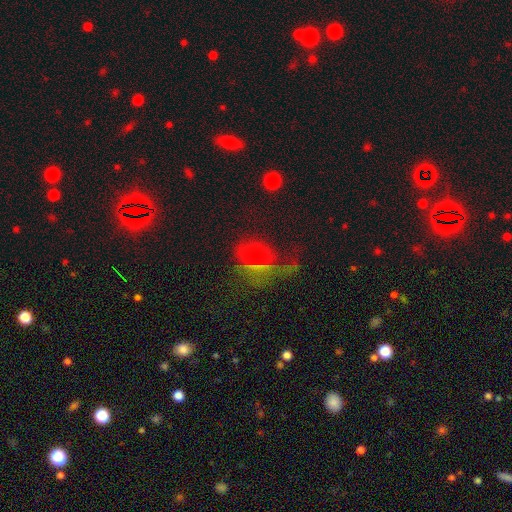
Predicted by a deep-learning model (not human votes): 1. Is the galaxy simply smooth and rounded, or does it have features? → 40% smooth, 34% star or artifact, 25% featured or disk.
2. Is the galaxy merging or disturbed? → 48% none, 25% major disturbance, 17% minor disturbance, 10% merger.